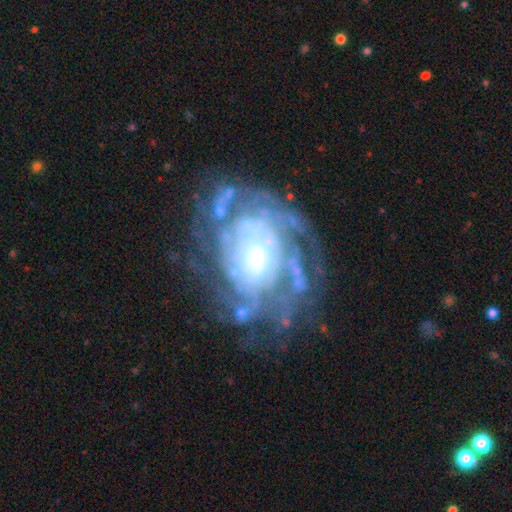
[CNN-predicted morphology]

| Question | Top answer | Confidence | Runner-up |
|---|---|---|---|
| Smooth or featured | featured or disk | 86% | smooth (7%) |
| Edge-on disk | no | 97% | yes (3%) |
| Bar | no | 69% | weak (24%) |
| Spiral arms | yes | 88% | no (12%) |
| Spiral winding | tight | 68% | medium (25%) |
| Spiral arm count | can't tell | 43% | more than 4 (16%) |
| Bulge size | moderate | 50% | small (32%) |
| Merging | none | 63% | minor disturbance (19%) |